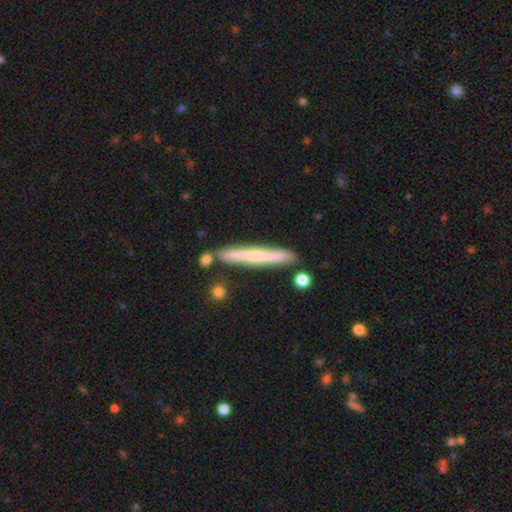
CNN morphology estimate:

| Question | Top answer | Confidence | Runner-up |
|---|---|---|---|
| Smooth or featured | featured or disk | 48% | smooth (46%) |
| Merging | none | 83% | minor disturbance (10%) |